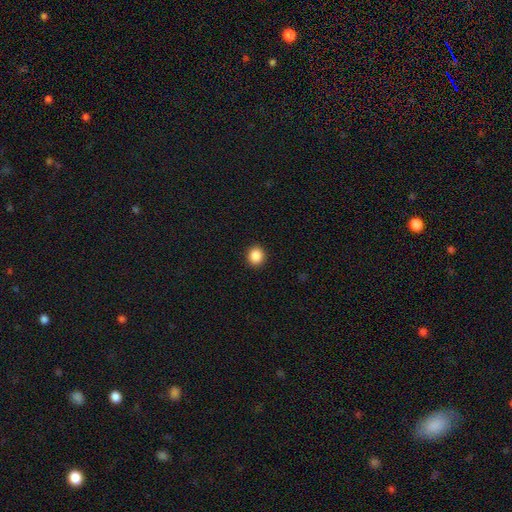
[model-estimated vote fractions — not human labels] Q: Smooth or featured?
A: smooth (88%); runner-up: star or artifact (9%)
Q: How rounded?
A: round (87%); runner-up: in between (12%)
Q: Merging?
A: none (92%); runner-up: minor disturbance (5%)